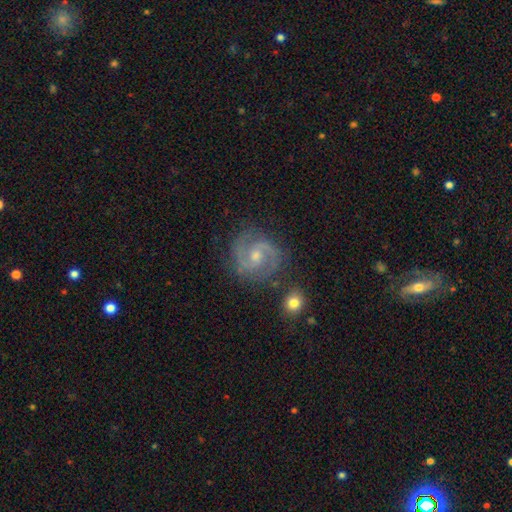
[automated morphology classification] smooth_or_featured: featured or disk (p=0.89) [alt: smooth p=0.06]
disk_edge_on: no (p=0.98) [alt: yes p=0.02]
bar: weak (p=0.46) [alt: no p=0.45]
has_spiral_arms: yes (p=0.98) [alt: no p=0.02]
spiral_winding: medium (p=0.57) [alt: tight p=0.30]
spiral_arm_count: 2 (p=0.88) [alt: 3 p=0.05]
bulge_size: moderate (p=0.51) [alt: small p=0.44]
merging: none (p=0.78) [alt: minor disturbance p=0.15]